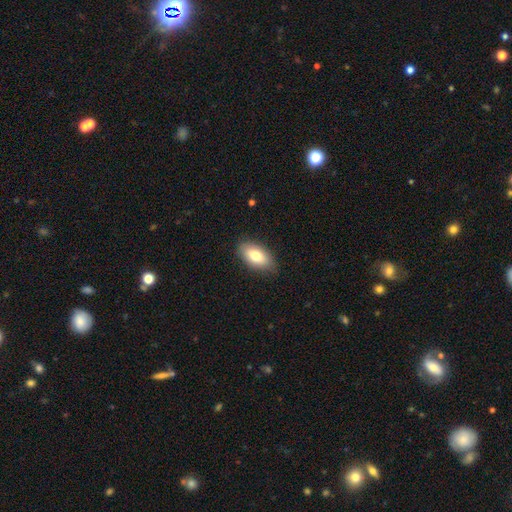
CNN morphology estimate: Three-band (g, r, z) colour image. It shows a smooth galaxy with no disk features (78%) that is in between round and cigar-shaped (93%). Merging: none (84%).